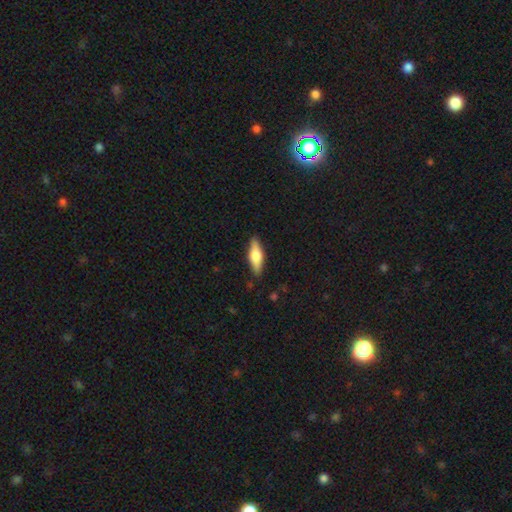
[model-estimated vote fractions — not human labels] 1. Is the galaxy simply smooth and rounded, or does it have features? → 54% smooth, 40% featured or disk, 6% star or artifact.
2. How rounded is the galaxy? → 49% in between (tied), 49% cigar-shaped (tied), 3% round.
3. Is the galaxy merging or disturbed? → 87% none, 10% minor disturbance, 2% major disturbance, 1% merger.